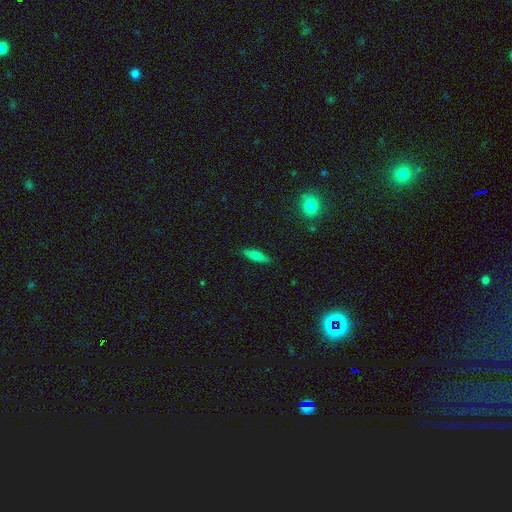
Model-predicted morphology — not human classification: smooth_or_featured: smooth (p=0.65) [alt: featured or disk p=0.27]
how_rounded: cigar-shaped (p=0.63) [alt: in between p=0.35]
merging: none (p=0.86) [alt: minor disturbance p=0.11]